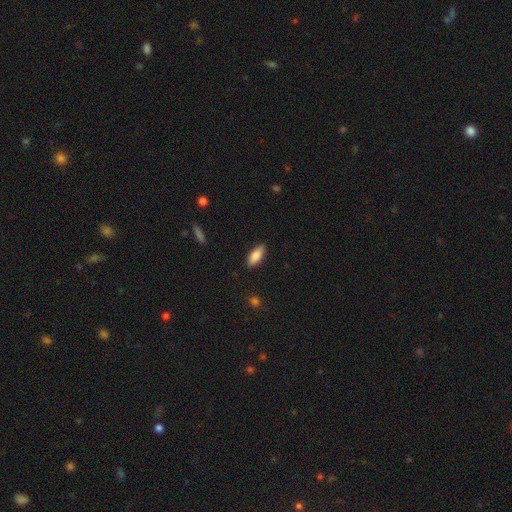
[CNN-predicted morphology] type=smooth (85%); roundness=in between (77%); merging=none (87%).